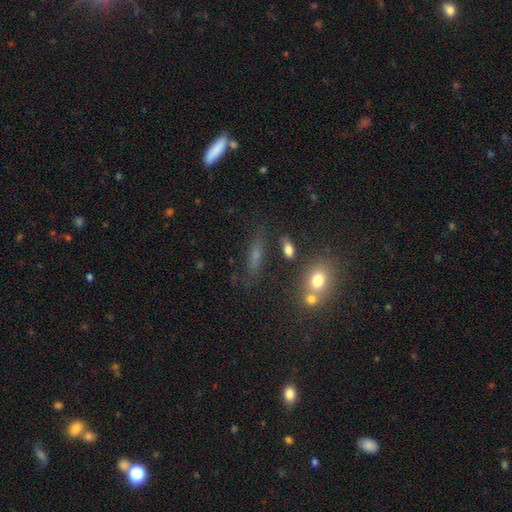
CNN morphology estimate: This is possibly a smooth galaxy (50%). How rounded: likely cigar-shaped (60%). Merging: likely none (70%).